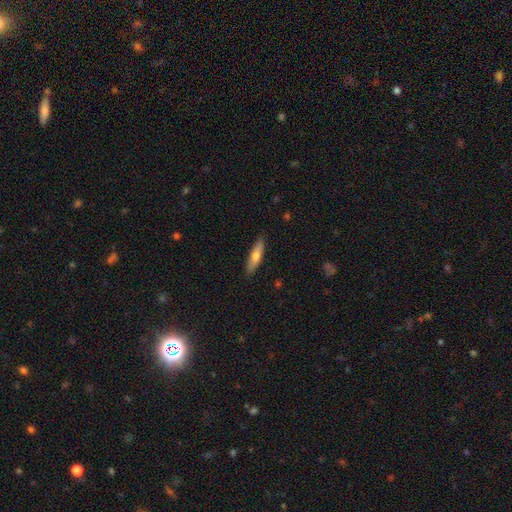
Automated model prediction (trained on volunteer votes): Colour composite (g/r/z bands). It shows a smooth galaxy with no disk features (66%) that is cigar-shaped (72%). Merging: none (88%).